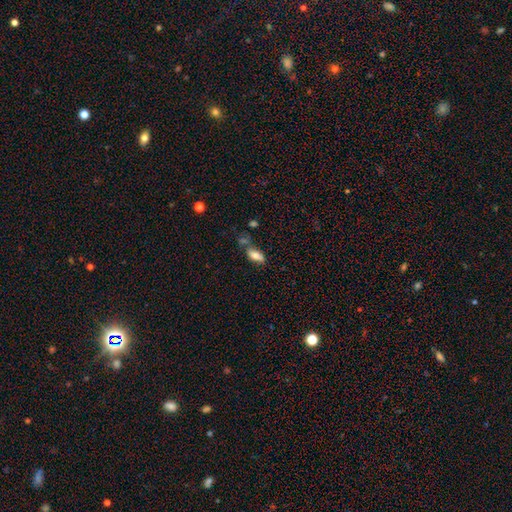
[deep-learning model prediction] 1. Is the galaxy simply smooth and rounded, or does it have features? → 75% smooth, 17% featured or disk, 9% star or artifact.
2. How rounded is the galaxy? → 85% in between, 11% cigar-shaped, 3% round.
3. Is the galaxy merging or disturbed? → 52% none, 20% minor disturbance, 19% merger, 8% major disturbance.